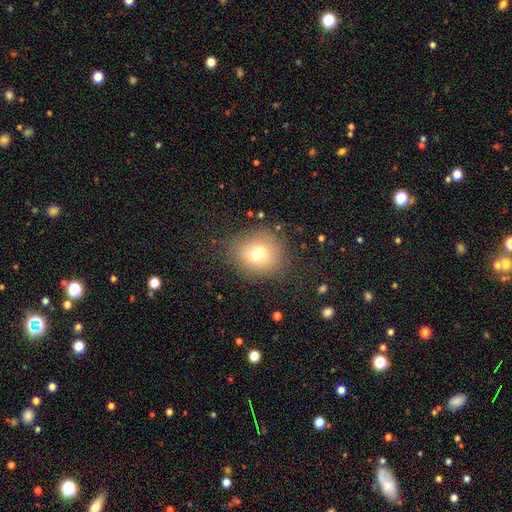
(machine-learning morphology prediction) smooth-or-featured: smooth: 63% | featured or disk: 24% | star or artifact: 13%
  how-rounded: round: 81% | in between: 18% | cigar-shaped: 1%
  merging: none: 45% | merger: 42% | minor disturbance: 9% | major disturbance: 4%